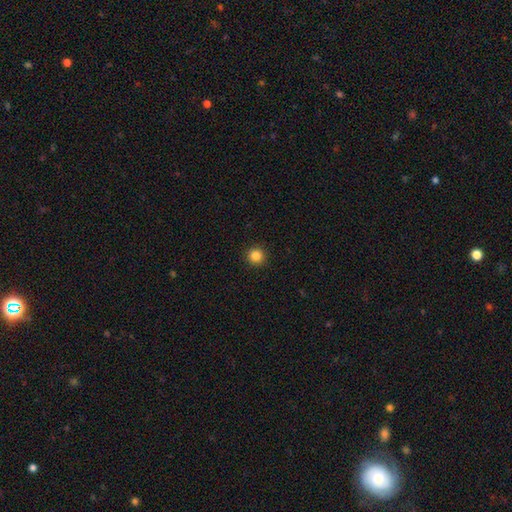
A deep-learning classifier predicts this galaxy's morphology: The model was most divided on "smooth or featured": smooth: 85%, star or artifact: 11%, featured or disk: 4%. More confident: how rounded — round (96%); merging — none (93%).